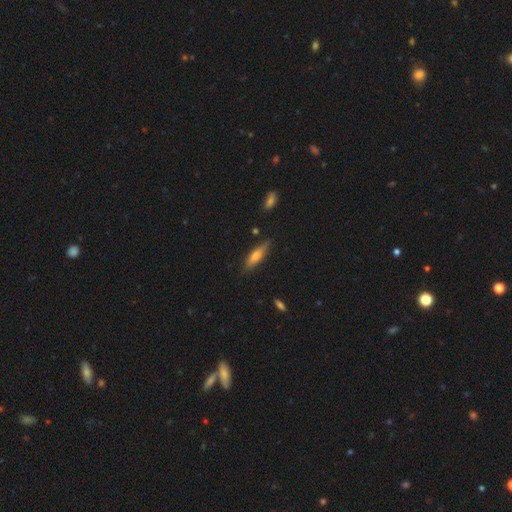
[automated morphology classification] The model was most divided on "smooth or featured": smooth: 56%, featured or disk: 37%, star or artifact: 7%. More confident: merging — none (81%); how rounded — cigar-shaped (70%).